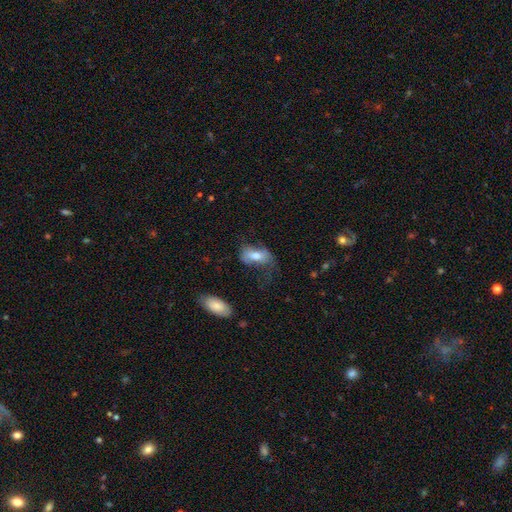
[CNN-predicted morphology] A smooth galaxy with no disk features (62%) that is in between round and cigar-shaped (88%).

Vote fractions:
- Smooth or featured? smooth: 62% / featured or disk: 30% / star or artifact: 8%
- How rounded? in between: 88% / cigar-shaped: 6% / round: 6%
- Merging? none: 37% / major disturbance: 32% / minor disturbance: 28% / merger: 3%